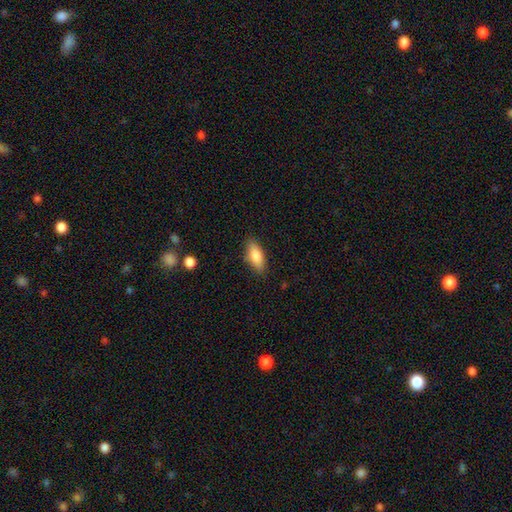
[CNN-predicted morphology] This is clearly a smooth galaxy (83%). How rounded: likely in between (79%). Merging: clearly none (84%).